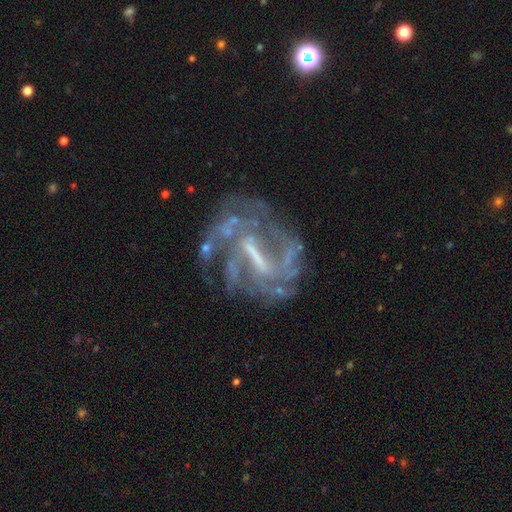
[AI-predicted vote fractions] This appears to be a featured or disk galaxy (84%) with a strong bar (56%), tight (43%) spiral arms (80%) and no central bulge (34%). Merging: none (56%).